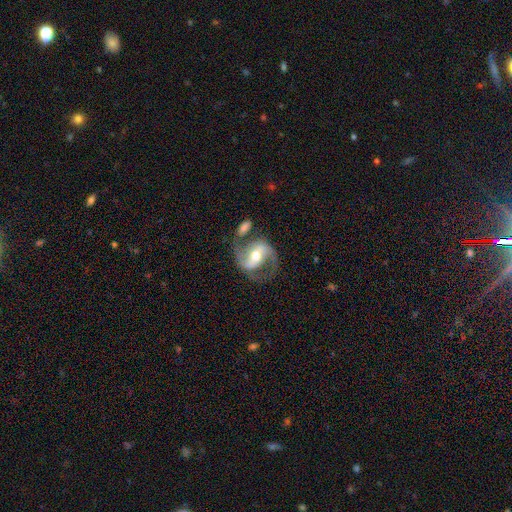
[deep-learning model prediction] Overall: featured or disk (88%). Edge-on disk: no (97%). Bar: strong (46%; weak 35%). Spiral arms: yes (95%). Spiral arm count: 2 (91%). Spiral winding: medium (52%; loose 34%). Bulge size: moderate (70%). Merging: none (65%).